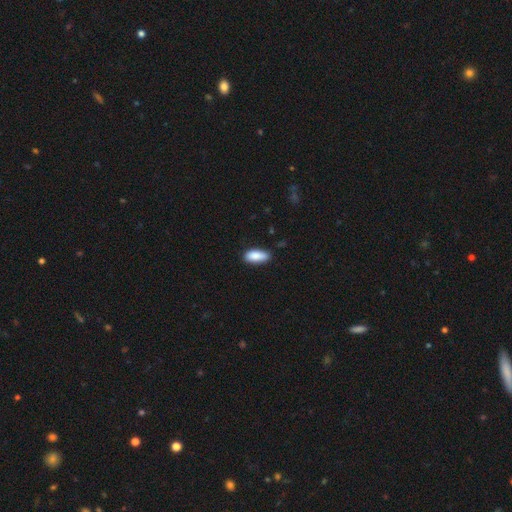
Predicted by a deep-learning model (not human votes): smooth-or-featured: smooth: 88% | star or artifact: 7% | featured or disk: 6%
  how-rounded: in between: 83% | cigar-shaped: 14% | round: 2%
  merging: none: 76% | minor disturbance: 20% | major disturbance: 3% | merger: 2%